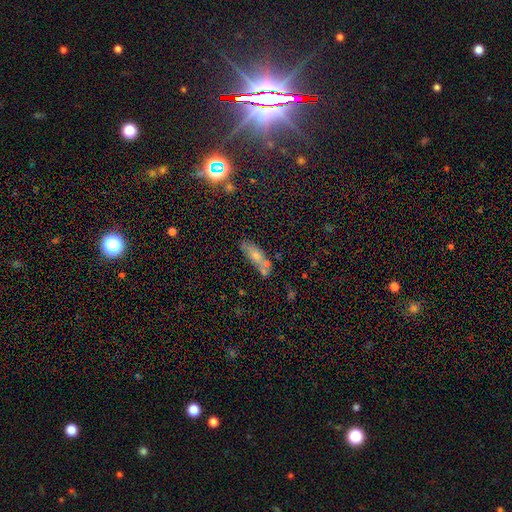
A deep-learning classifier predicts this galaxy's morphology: smooth 51%, featured or disk 28%, star or artifact 21%. Down the decision tree: how rounded — in between (59%); merging — none (52%).